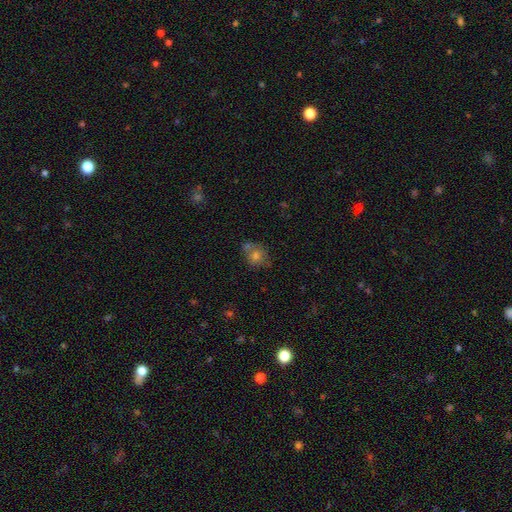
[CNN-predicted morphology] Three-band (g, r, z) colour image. It shows a smooth galaxy with no disk features (70%) that is round (75%). Merging: none (53%).